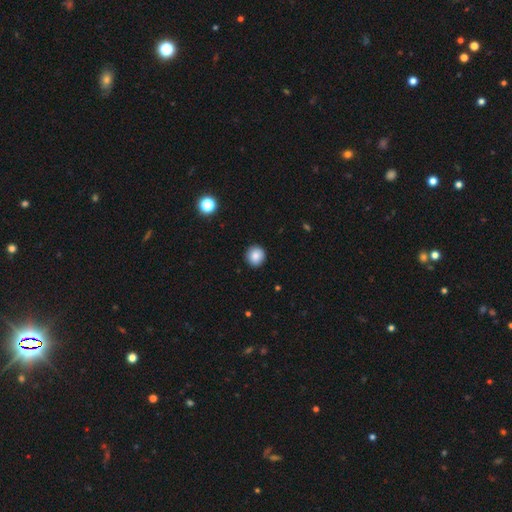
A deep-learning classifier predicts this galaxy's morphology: type=smooth (86%); roundness=round (92%); merging=none (91%).